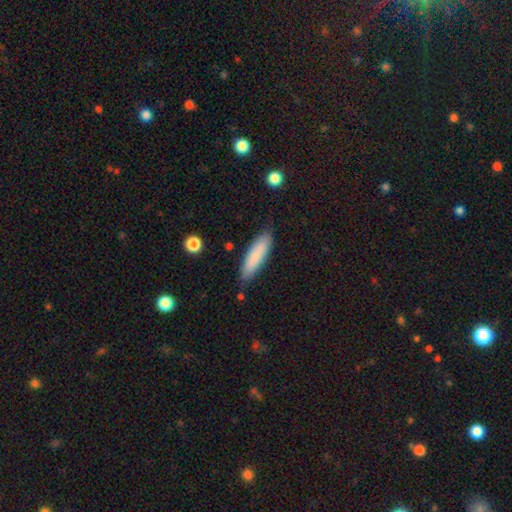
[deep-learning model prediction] This is clearly a smooth galaxy (82%). How rounded: likely cigar-shaped (64%). Merging: clearly none (81%).